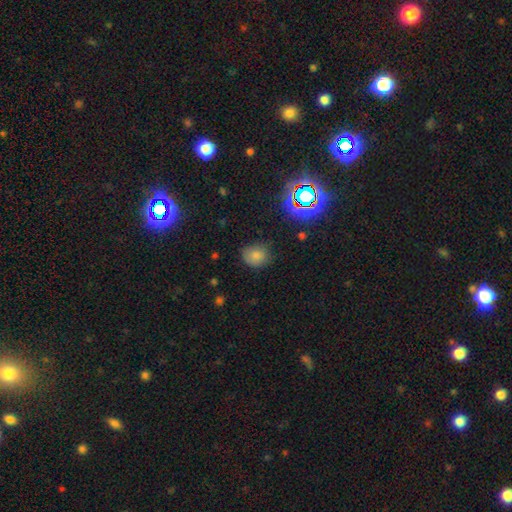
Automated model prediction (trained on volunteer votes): This is likely a smooth galaxy (76%). How rounded: likely round (69%). Merging: likely none (74%).